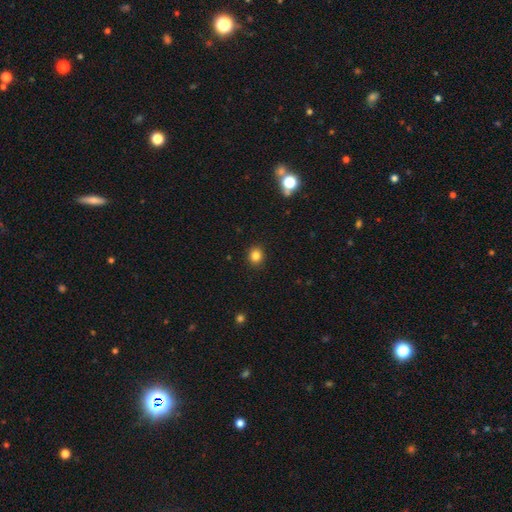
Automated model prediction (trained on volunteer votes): This appears to be a smooth galaxy with no disk features (84%) that is round (80%). Merging: none (91%).